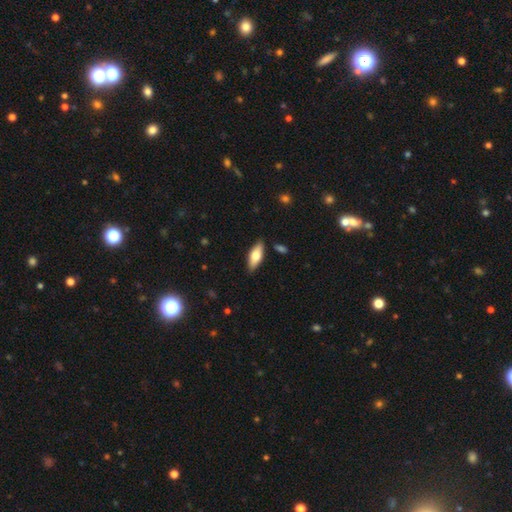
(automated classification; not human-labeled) Smooth or featured? Predicted: smooth (p=0.64). How rounded? Predicted: in between (p=0.72). Merging? Predicted: none (p=0.85).